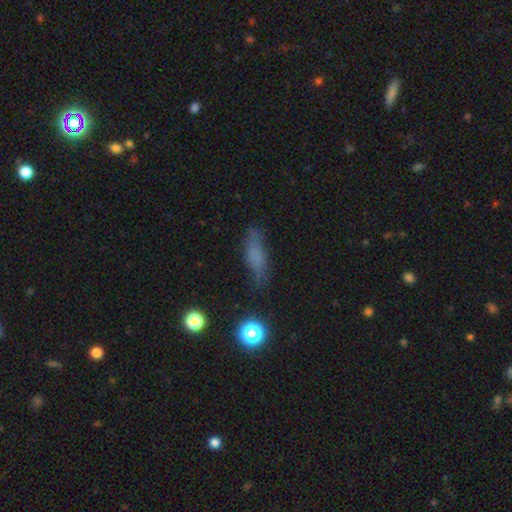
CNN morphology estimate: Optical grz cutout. It shows a smooth galaxy with no disk features (64%) that is cigar-shaped (50%). Merging: none (66%).